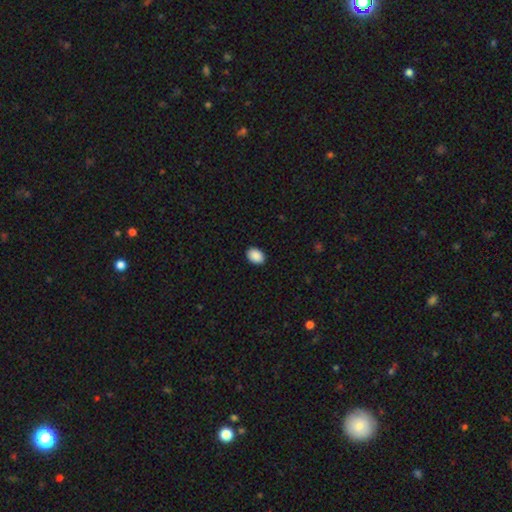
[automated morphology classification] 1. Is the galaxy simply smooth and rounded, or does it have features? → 90% smooth, 7% star or artifact, 3% featured or disk.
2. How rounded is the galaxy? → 79% in between, 20% round, 1% cigar-shaped.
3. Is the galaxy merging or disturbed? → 91% none, 7% minor disturbance, 2% major disturbance, 1% merger.